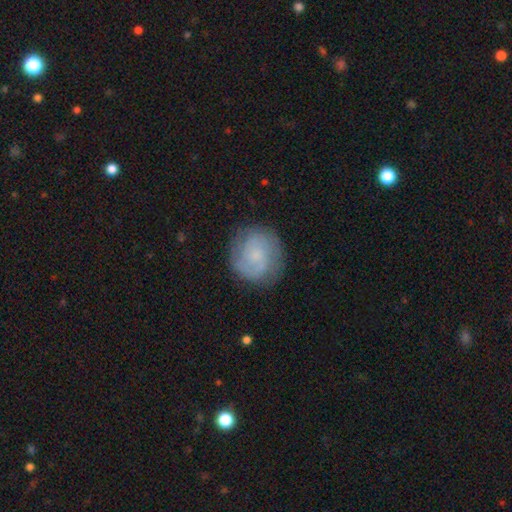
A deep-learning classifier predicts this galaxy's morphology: smooth_or_featured: featured or disk (p=0.61) [alt: smooth p=0.32]
disk_edge_on: no (p=0.98) [alt: yes p=0.02]
bar: no (p=0.64) [alt: weak p=0.32]
has_spiral_arms: yes (p=0.91) [alt: no p=0.09]
spiral_winding: tight (p=0.50) [alt: medium p=0.38]
spiral_arm_count: 2 (p=0.62) [alt: can't tell p=0.20]
bulge_size: small (p=0.52) [alt: none p=0.25]
merging: none (p=0.80) [alt: minor disturbance p=0.14]